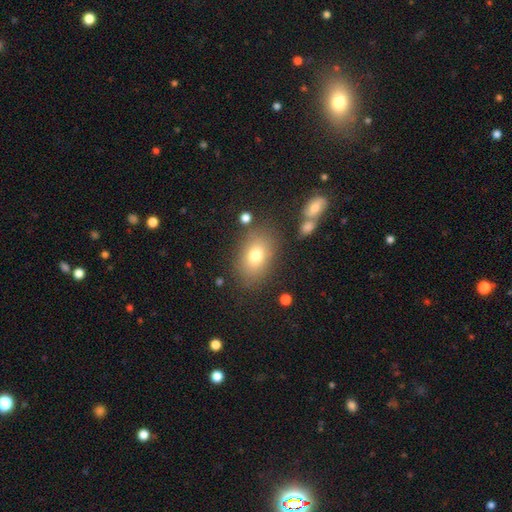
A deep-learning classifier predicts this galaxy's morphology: Smooth or featured? Predicted: smooth (p=0.76). How rounded? Predicted: in between (p=0.77). Merging? Predicted: none (p=0.78).